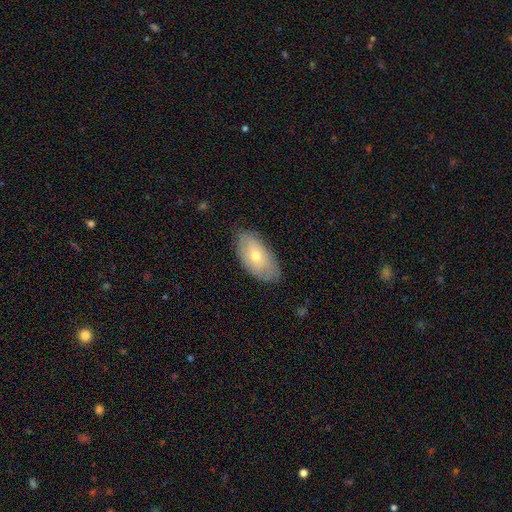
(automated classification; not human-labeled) This appears to be a smooth galaxy with no disk features (57%) that is in between round and cigar-shaped (93%). Merging: none (79%).